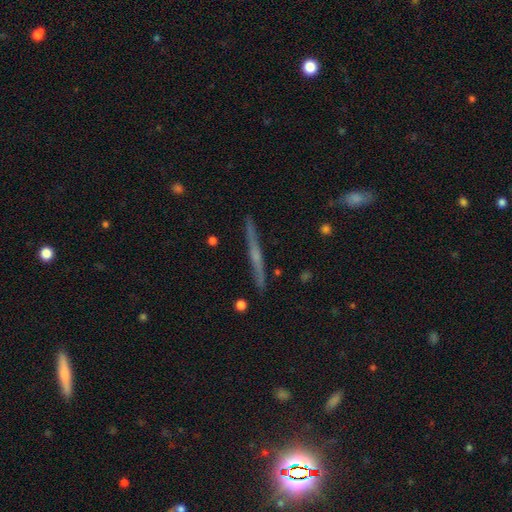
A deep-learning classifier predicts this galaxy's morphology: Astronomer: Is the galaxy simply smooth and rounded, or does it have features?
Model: featured or disk — 72%.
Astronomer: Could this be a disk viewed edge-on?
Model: yes — 97%.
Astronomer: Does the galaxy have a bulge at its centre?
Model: rounded — 62%.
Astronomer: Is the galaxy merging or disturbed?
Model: none — 90%.